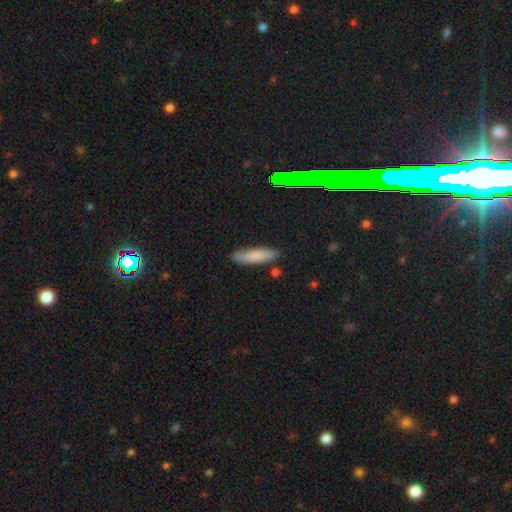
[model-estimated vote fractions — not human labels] Morphology: type=smooth (80%); roundness=cigar-shaped (66%); merging=none (84%).